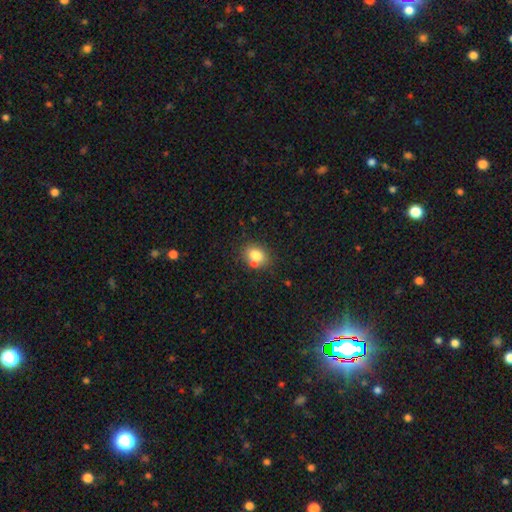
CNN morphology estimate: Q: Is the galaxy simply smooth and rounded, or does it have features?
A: smooth — 79%.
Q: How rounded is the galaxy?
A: in between — 55%.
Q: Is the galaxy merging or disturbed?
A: none — 67%.